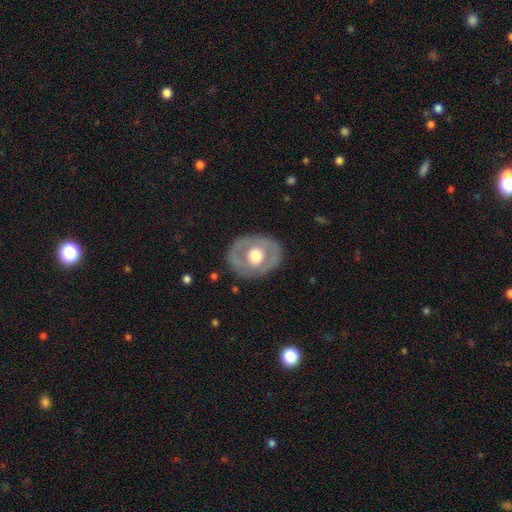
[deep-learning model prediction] Q: Smooth or featured?
A: featured or disk (57%); runner-up: smooth (38%)
Q: Edge-on disk?
A: no (94%); runner-up: yes (6%)
Q: Bar?
A: no (81%); runner-up: weak (14%)
Q: Spiral arms?
A: no (80%); runner-up: yes (20%)
Q: Bulge size?
A: moderate (54%); runner-up: large (39%)
Q: Merging?
A: none (78%); runner-up: minor disturbance (14%)